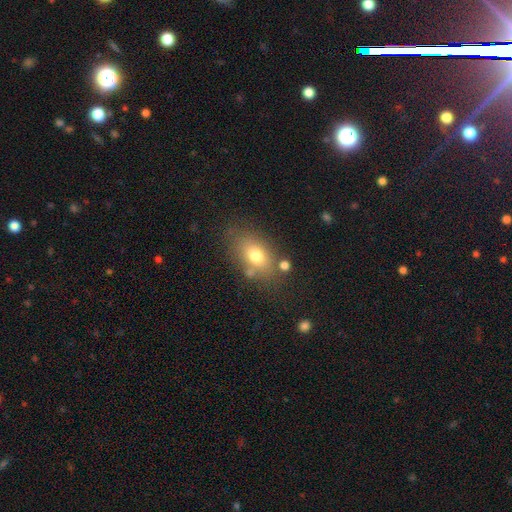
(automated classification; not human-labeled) smooth_or_featured: smooth (p=0.73) [alt: featured or disk p=0.16]
how_rounded: in between (p=0.82) [alt: round p=0.15]
merging: none (p=0.71) [alt: minor disturbance p=0.15]